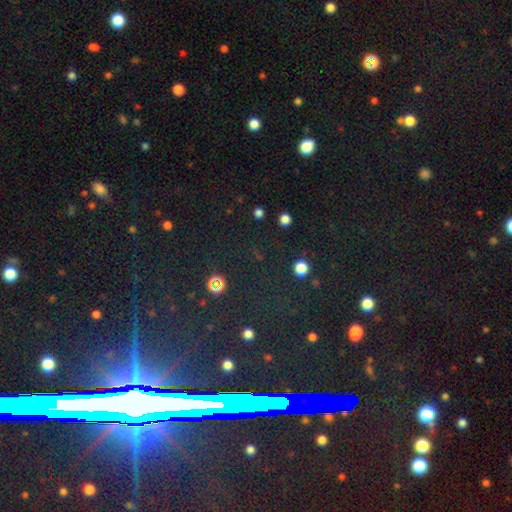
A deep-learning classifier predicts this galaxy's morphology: star or artifact 73%, smooth 13%, featured or disk 13%.